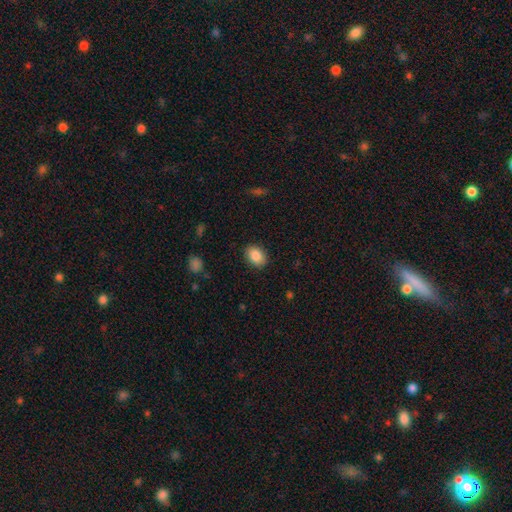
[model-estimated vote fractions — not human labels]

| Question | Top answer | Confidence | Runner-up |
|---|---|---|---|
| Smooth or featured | smooth | 88% | star or artifact (7%) |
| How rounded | in between | 78% | round (21%) |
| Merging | none | 88% | minor disturbance (9%) |